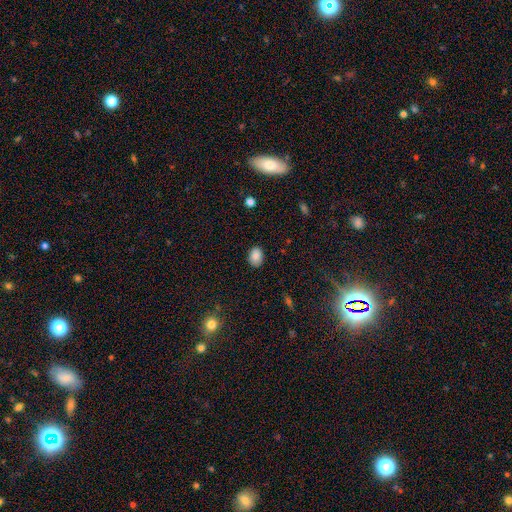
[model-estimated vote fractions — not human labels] A smooth galaxy with no disk features (87%) that is in between round and cigar-shaped (74%).

Vote fractions:
- Smooth or featured? smooth: 87% / star or artifact: 9% / featured or disk: 5%
- How rounded? in between: 74% / round: 25% / cigar-shaped: 1%
- Merging? none: 86% / minor disturbance: 11% / major disturbance: 2% / merger: 1%